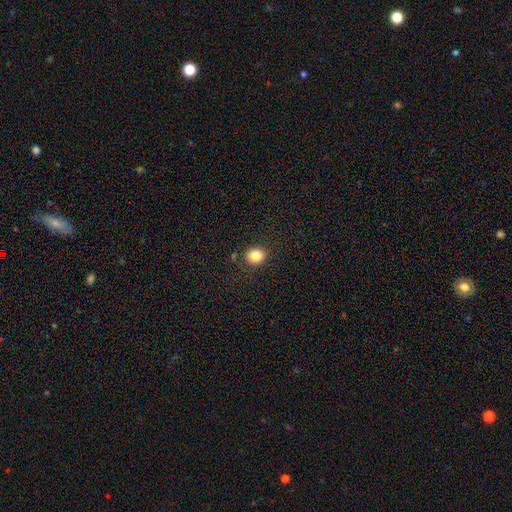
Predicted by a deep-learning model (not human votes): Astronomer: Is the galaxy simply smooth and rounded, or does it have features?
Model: smooth — 82%.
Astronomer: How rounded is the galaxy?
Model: round — 84%.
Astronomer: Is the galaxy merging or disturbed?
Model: none — 88%.